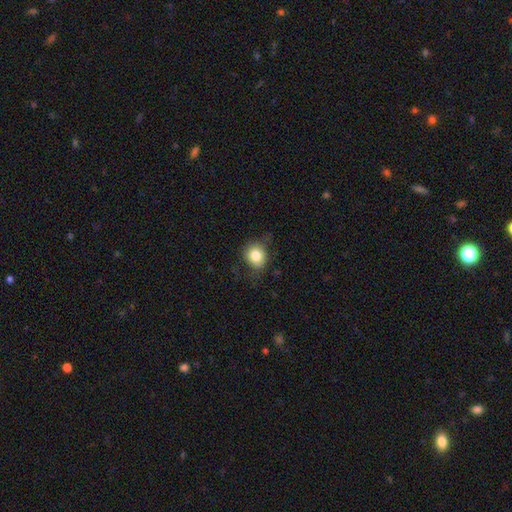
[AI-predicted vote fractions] smooth_or_featured: smooth (p=0.80) [alt: star or artifact p=0.10]
how_rounded: round (p=0.67) [alt: in between p=0.32]
merging: none (p=0.69) [alt: minor disturbance p=0.23]